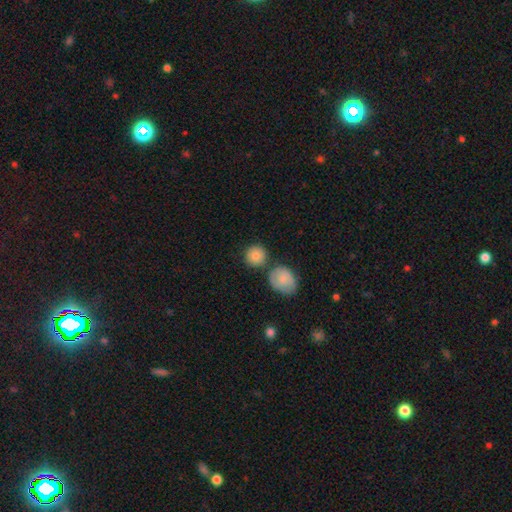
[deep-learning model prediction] A smooth galaxy with no disk features (84%) that is round (89%). Merging: none (71%).